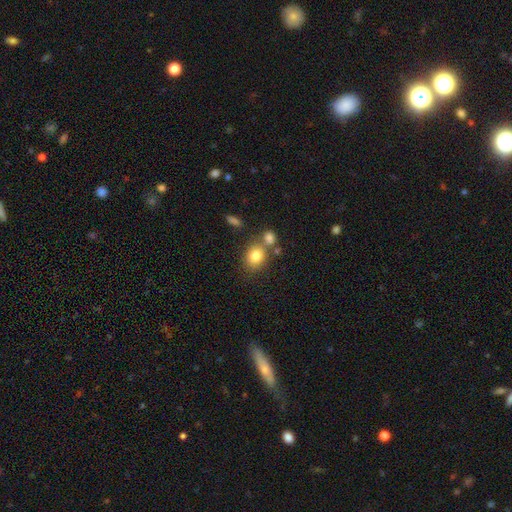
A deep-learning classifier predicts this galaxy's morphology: smooth 80%, star or artifact 10%, featured or disk 10%. Down the decision tree: how rounded — round (57%); merging — none (58%).